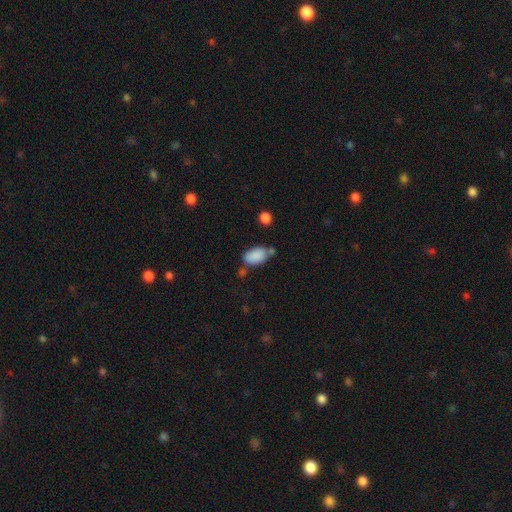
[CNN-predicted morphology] A smooth galaxy with no disk features (87%) that is in between round and cigar-shaped (93%).

Vote fractions:
- Smooth or featured? smooth: 87% / star or artifact: 8% / featured or disk: 5%
- How rounded? in between: 93% / round: 6% / cigar-shaped: 2%
- Merging? none: 59% / minor disturbance: 21% / merger: 15% / major disturbance: 6%